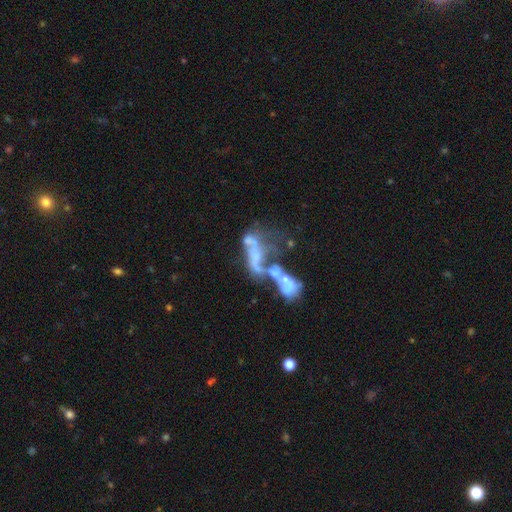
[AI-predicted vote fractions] This appears to be a featured or disk galaxy (65%) with no bar (84%), no spiral arms (81%) and no central bulge (62%). Merging: merger (65%).